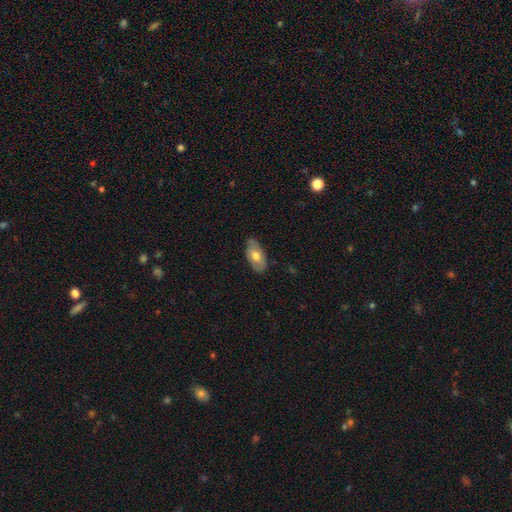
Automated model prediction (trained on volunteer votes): Smooth or featured?
  - smooth: 65% *
  - featured or disk: 29%
  - star or artifact: 6%
How rounded?
  - in between: 94% *
  - round: 3%
  - cigar-shaped: 3%
Merging?
  - none: 79% *
  - minor disturbance: 18%
  - major disturbance: 3%
  - merger: 1%